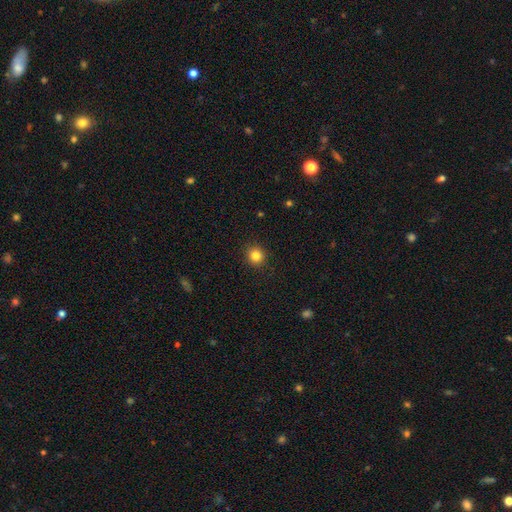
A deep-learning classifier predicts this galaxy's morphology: Q: Smooth or featured?
A: smooth (84%); runner-up: star or artifact (11%)
Q: How rounded?
A: round (88%); runner-up: in between (11%)
Q: Merging?
A: none (91%); runner-up: minor disturbance (6%)